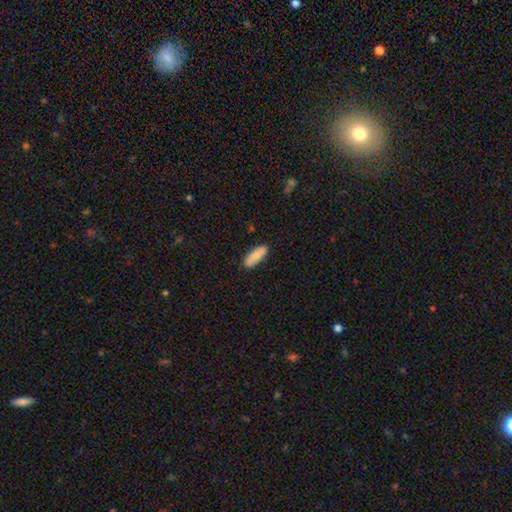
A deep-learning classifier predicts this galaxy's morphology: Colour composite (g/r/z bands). It shows a smooth galaxy with no disk features (83%) that is in between round and cigar-shaped (60%). Merging: none (89%).